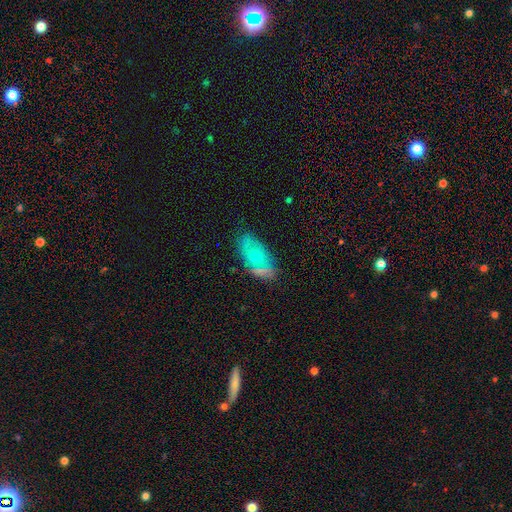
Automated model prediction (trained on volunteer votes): Morphology: type=featured or disk (44%, tied with smooth); merging=none (54%).